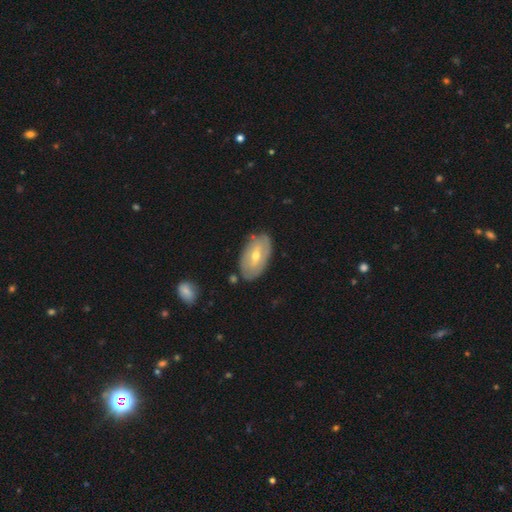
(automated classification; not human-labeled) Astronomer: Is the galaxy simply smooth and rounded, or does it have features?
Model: featured or disk — 49% (runner-up: smooth, 44%).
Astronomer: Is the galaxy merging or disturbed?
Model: none — 80%.